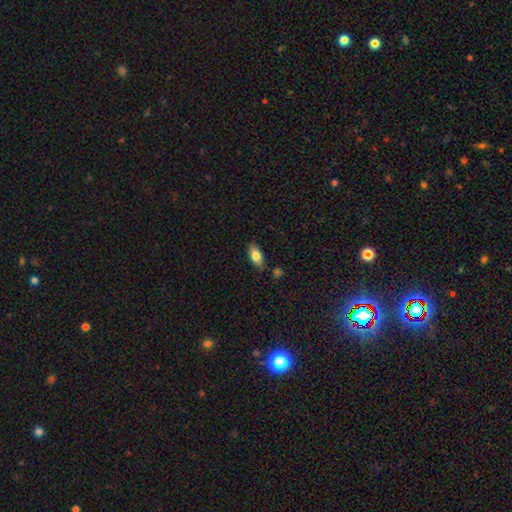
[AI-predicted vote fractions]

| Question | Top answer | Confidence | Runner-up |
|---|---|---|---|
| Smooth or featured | smooth | 75% | featured or disk (18%) |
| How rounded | in between | 85% | cigar-shaped (11%) |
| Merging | none | 81% | minor disturbance (13%) |